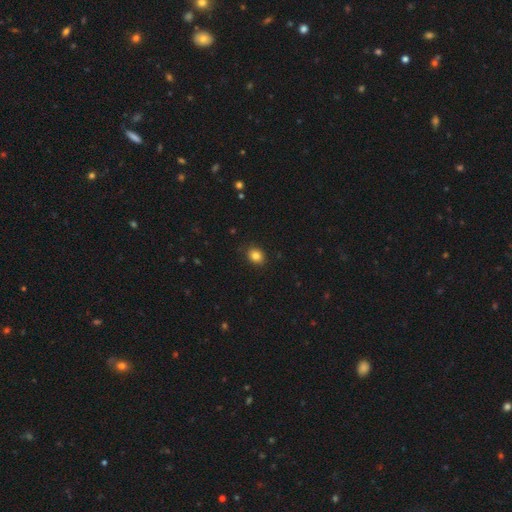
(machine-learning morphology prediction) A smooth galaxy with no disk features (85%) that is round (52%). Merging: none (87%).